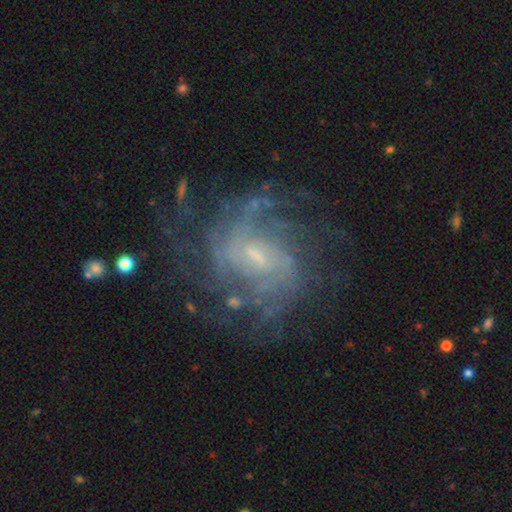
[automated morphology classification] Smooth or featured?
  - featured or disk: 86% *
  - star or artifact: 7%
  - smooth: 6%
Edge-on disk?
  - no: 98% *
  - yes: 2%
Bar?
  - weak: 60% *
  - no: 26%
  - strong: 14%
Spiral arms?
  - yes: 94% *
  - no: 6%
Spiral winding?
  - tight: 48% *
  - medium: 38%
  - loose: 14%
Spiral arm count?
  - can't tell: 39% *
  - 4: 16%
  - 2: 16%
  - 3: 14%
  - more than 4: 10%
  - 1: 6%
Bulge size?
  - small: 57% *
  - moderate: 29%
  - none: 11%
  - large: 2%
  - dominant: 1%
Merging?
  - none: 68% *
  - minor disturbance: 16%
  - major disturbance: 14%
  - merger: 2%